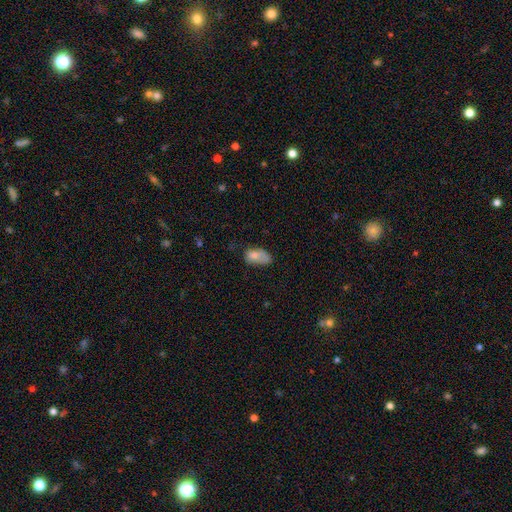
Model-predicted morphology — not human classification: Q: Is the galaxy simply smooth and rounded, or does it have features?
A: smooth — 75%.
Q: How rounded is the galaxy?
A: in between — 90%.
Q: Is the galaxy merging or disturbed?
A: minor disturbance — 35%.